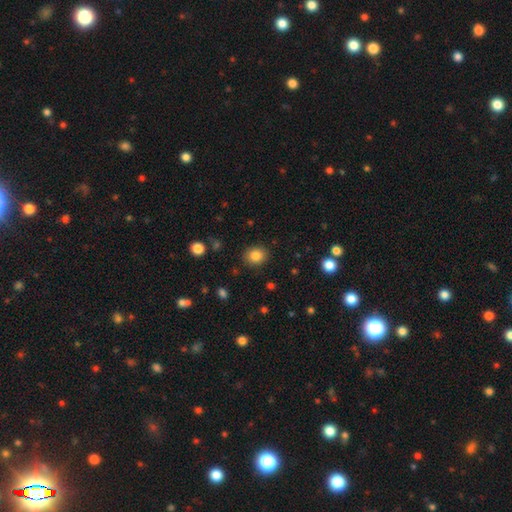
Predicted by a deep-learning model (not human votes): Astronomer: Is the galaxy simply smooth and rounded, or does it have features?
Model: smooth — 84%.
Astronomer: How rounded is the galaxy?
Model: round — 66%.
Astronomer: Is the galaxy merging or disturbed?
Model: none — 88%.